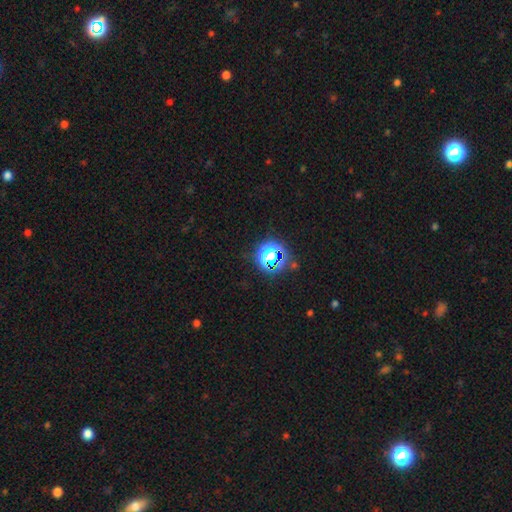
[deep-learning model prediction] Smooth or featured?
  - star or artifact: 77% *
  - smooth: 17%
  - featured or disk: 7%